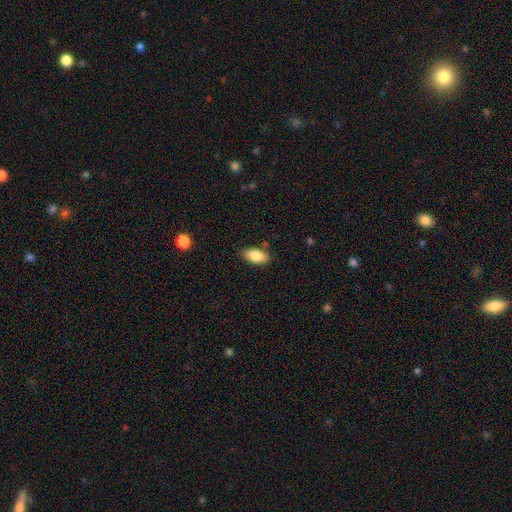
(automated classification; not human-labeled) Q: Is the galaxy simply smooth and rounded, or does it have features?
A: smooth — 84%.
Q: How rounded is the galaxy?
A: in between — 90%.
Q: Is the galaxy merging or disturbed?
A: none — 82%.